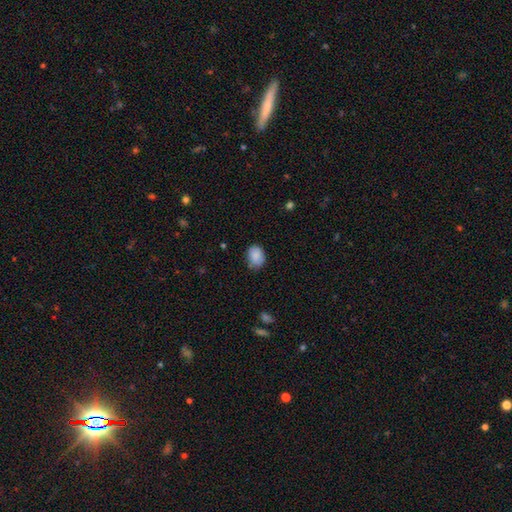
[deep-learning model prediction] Smooth or featured: smooth — 87% (star or artifact — 7%)
How rounded: in between — 68% (round — 31%)
Merging: none — 73% (minor disturbance — 21%)